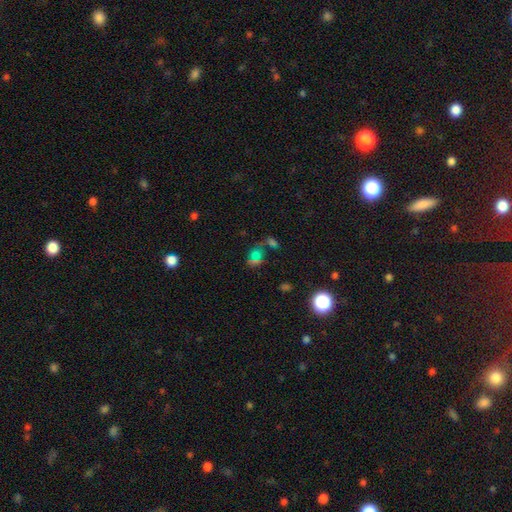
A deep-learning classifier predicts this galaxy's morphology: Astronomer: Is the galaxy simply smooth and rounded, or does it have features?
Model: smooth — 51% (runner-up: star or artifact, 36%).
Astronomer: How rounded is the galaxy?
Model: in between — 50% (runner-up: round, 47%).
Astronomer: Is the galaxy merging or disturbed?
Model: none — 46% (runner-up: merger, 30%).